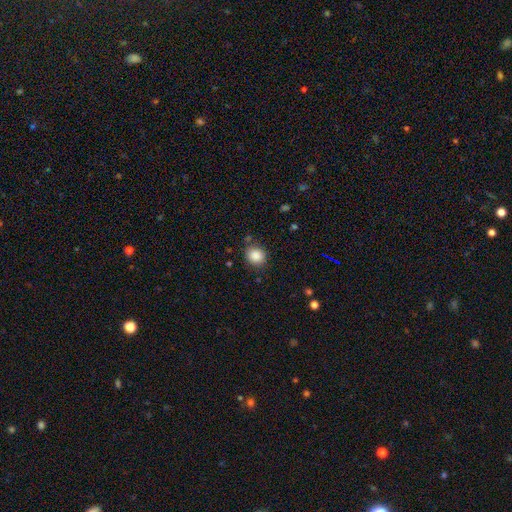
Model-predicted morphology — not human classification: smooth 87%, star or artifact 10%, featured or disk 4%. Down the decision tree: how rounded — round (81%); merging — none (83%).